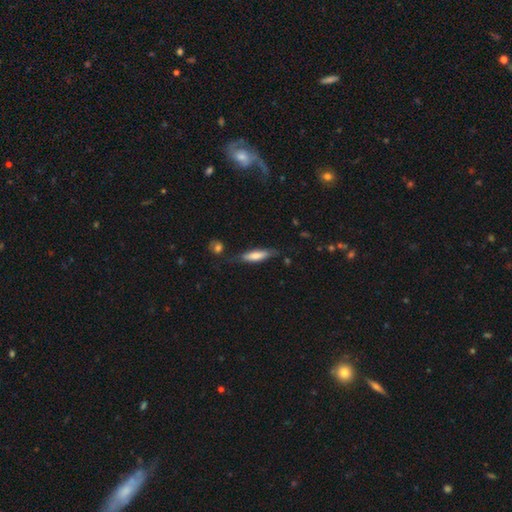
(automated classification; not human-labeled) The model was most divided on "how rounded": cigar-shaped: 69%, in between: 30%, round: 2%. More confident: merging — none (70%); smooth or featured — smooth (68%).